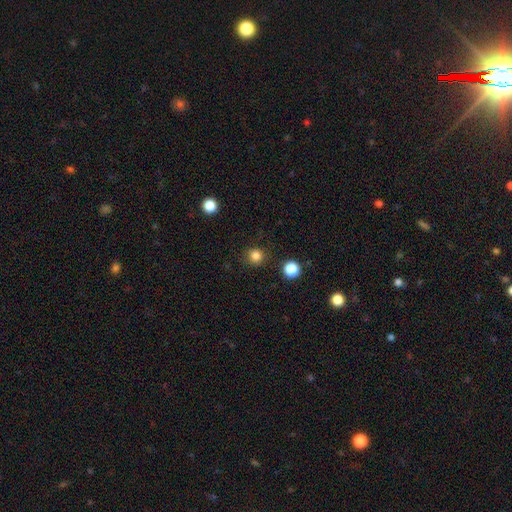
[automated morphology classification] Smooth or featured? smooth (83%)
How rounded? round (94%)
Merging? none (89%)